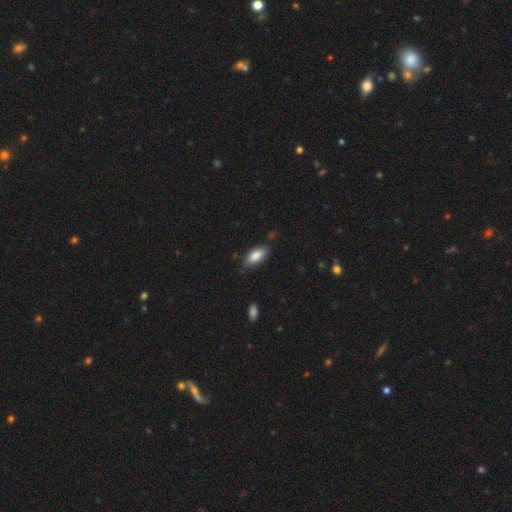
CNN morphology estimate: Smooth or featured? smooth (86%)
How rounded? in between (87%)
Merging? none (71%)